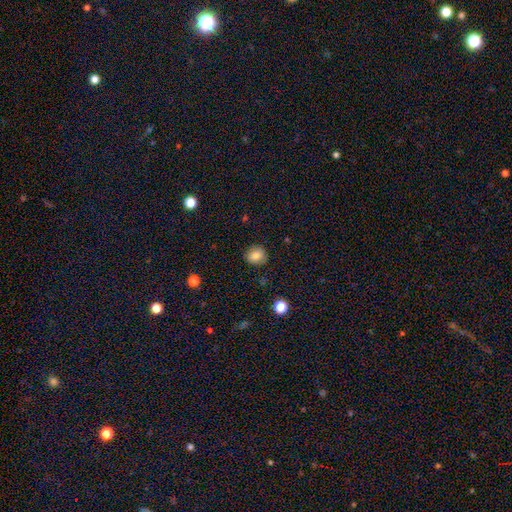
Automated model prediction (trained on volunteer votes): This appears to be a smooth galaxy with no disk features (82%) that is round (78%). Merging: none (87%).